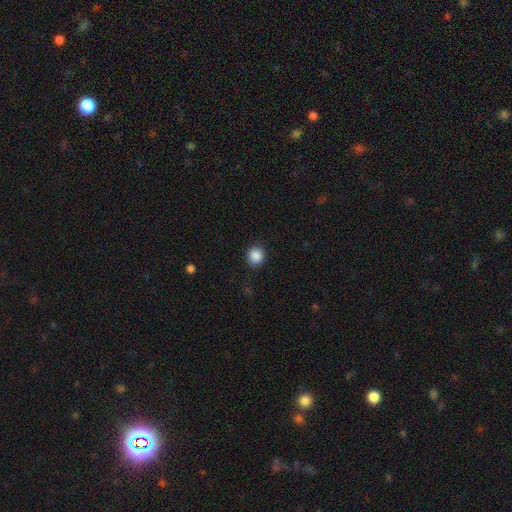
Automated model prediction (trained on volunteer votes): A smooth galaxy with no disk features (88%) that is round (84%).

Vote fractions:
- Smooth or featured? smooth: 88% / star or artifact: 9% / featured or disk: 3%
- How rounded? round: 84% / in between: 15% / cigar-shaped: 1%
- Merging? none: 86% / minor disturbance: 10% / major disturbance: 3% / merger: 1%